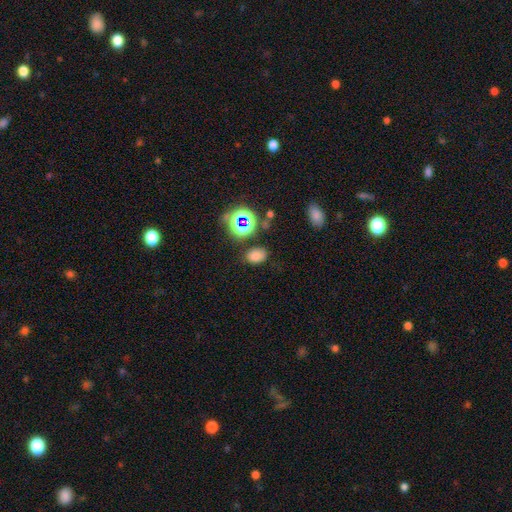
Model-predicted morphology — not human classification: smooth_or_featured: smooth (p=0.72) [alt: star or artifact p=0.22]
how_rounded: in between (p=0.73) [alt: round p=0.26]
merging: none (p=0.79) [alt: minor disturbance p=0.13]